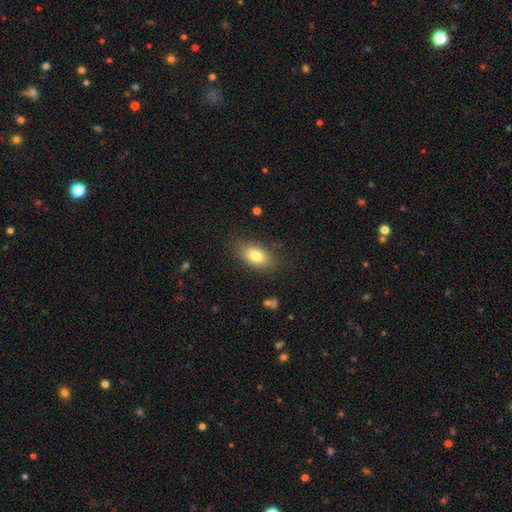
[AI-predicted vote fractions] Morphology: type=smooth (79%); roundness=in between (88%); merging=none (82%).